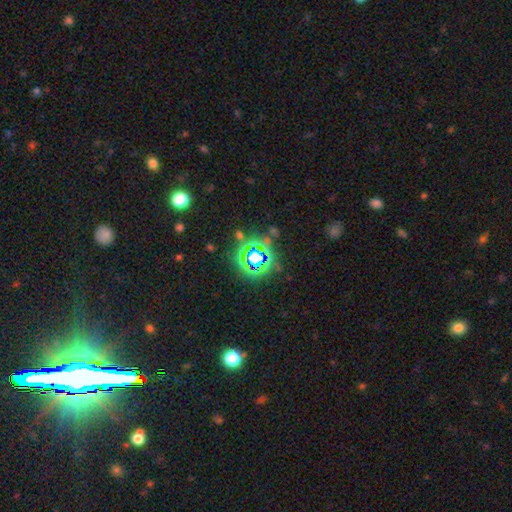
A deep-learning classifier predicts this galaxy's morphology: Smooth or featured?
  - star or artifact: 75% *
  - smooth: 15%
  - featured or disk: 10%